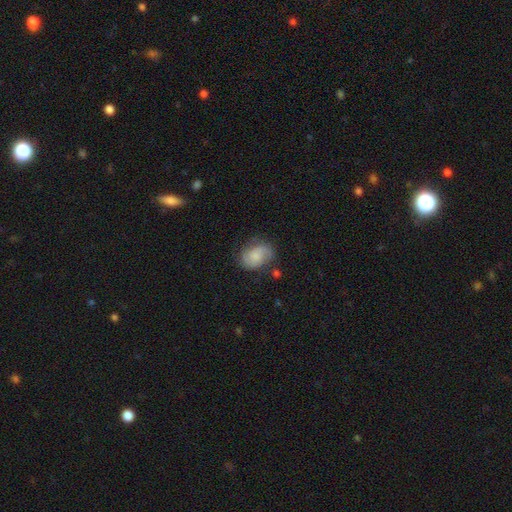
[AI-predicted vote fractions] Smooth or featured: smooth — 51% (featured or disk — 41%)
How rounded: in between — 69% (round — 29%)
Merging: none — 65% (minor disturbance — 23%)